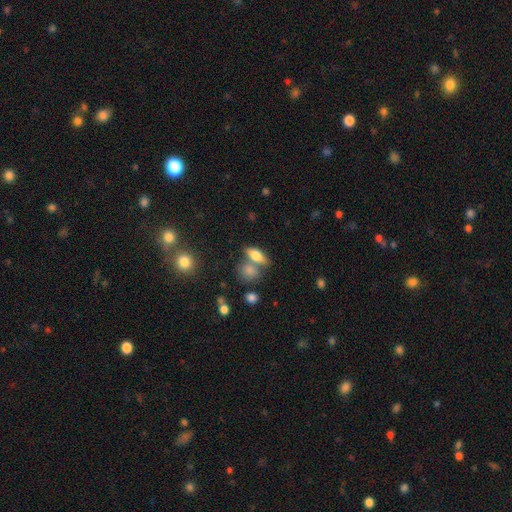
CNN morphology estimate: Smooth or featured: smooth — 73% (featured or disk — 19%)
How rounded: in between — 72% (cigar-shaped — 21%)
Merging: none — 56% (merger — 28%)